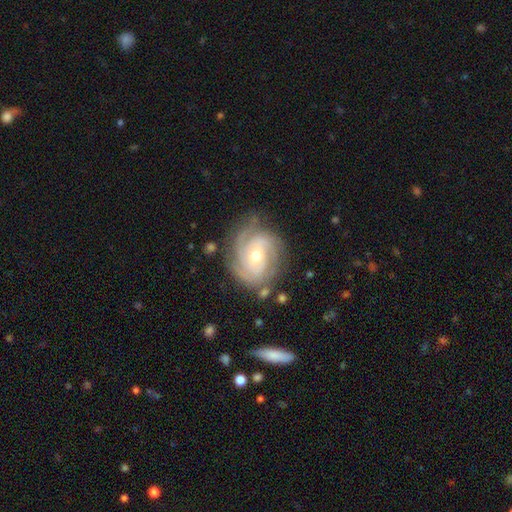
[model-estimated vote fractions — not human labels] Smooth or featured: featured or disk — 87% (smooth — 8%)
Edge-on disk: no — 97% (yes — 3%)
Bar: no — 58% (weak — 32%)
Spiral arms: yes — 96% (no — 4%)
Spiral winding: tight — 71% (medium — 25%)
Spiral arm count: 3 — 38% (can't tell — 20%)
Bulge size: moderate — 61% (small — 35%)
Merging: none — 74% (minor disturbance — 18%)